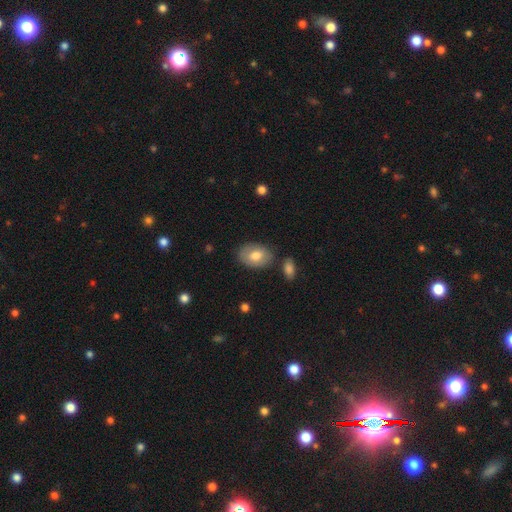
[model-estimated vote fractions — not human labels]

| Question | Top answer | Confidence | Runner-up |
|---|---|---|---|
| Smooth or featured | smooth | 72% | featured or disk (22%) |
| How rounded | in between | 84% | round (15%) |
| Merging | none | 76% | minor disturbance (15%) |